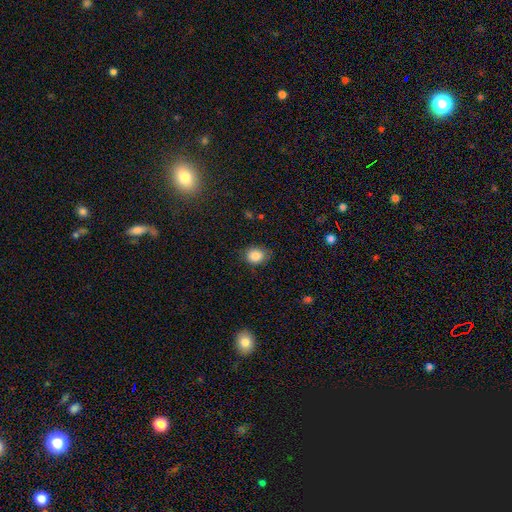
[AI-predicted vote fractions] The model was most divided on "how rounded": round: 58%, in between: 41%, cigar-shaped: 1%. More confident: smooth or featured — smooth (85%); merging — none (77%).